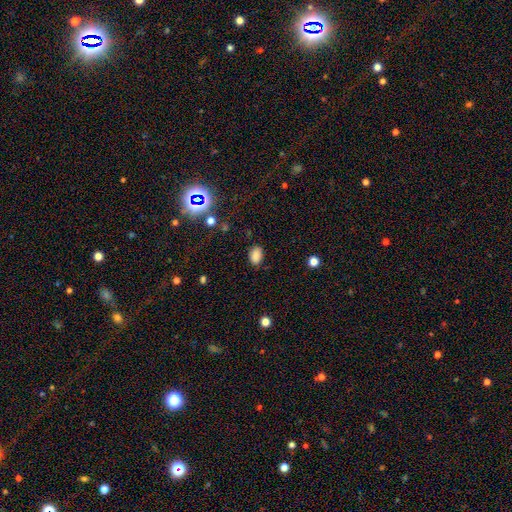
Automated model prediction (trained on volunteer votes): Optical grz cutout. It shows a smooth galaxy with no disk features (80%) that is in between round and cigar-shaped (80%). Merging: none (81%).